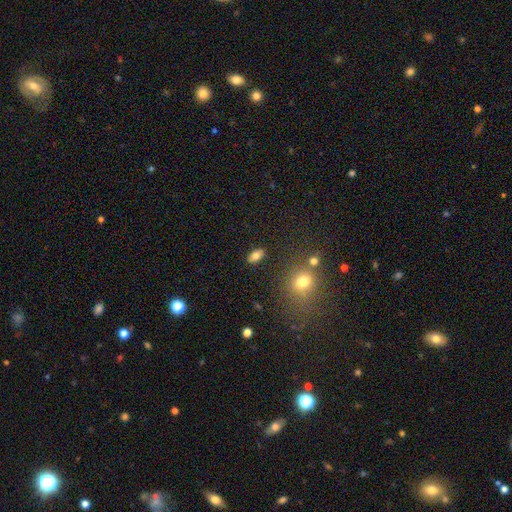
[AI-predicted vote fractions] This is likely a smooth galaxy (78%). How rounded: clearly in between (87%). Merging: clearly none (87%).